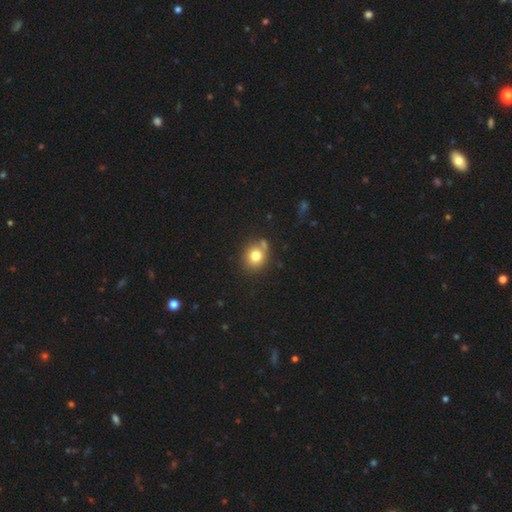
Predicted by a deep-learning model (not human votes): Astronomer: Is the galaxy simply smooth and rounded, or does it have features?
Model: smooth — 77%.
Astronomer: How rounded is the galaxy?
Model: round — 76%.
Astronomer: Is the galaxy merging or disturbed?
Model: none — 71%.